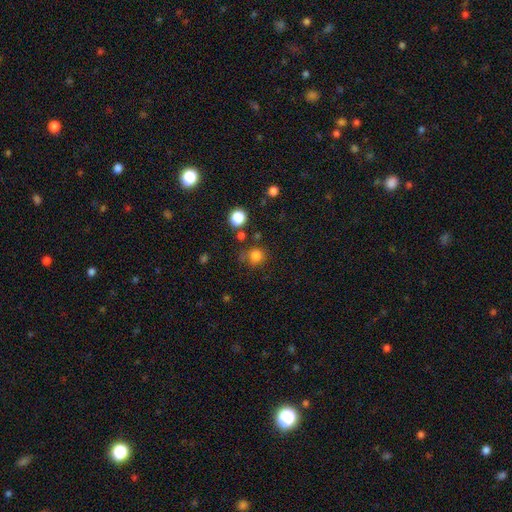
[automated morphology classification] type=smooth (80%); roundness=round (86%); merging=none (68%).